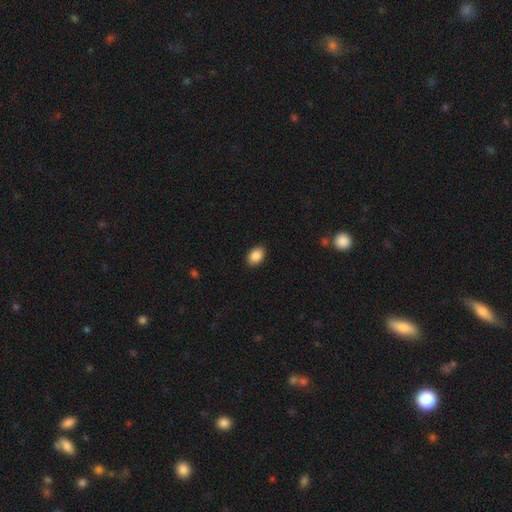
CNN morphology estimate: Smooth or featured? smooth (88%)
How rounded? in between (84%)
Merging? none (89%)